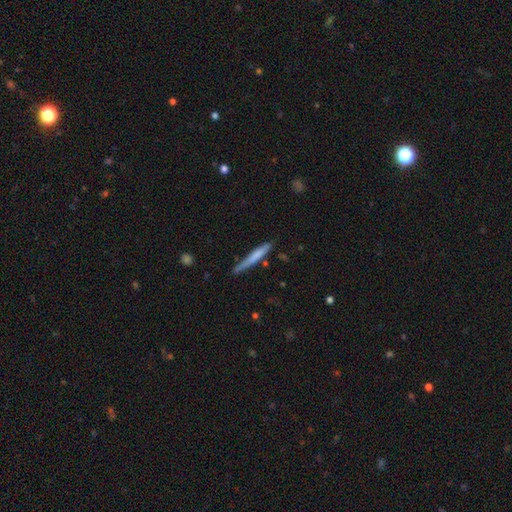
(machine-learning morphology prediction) Smooth or featured? Predicted: smooth (p=0.63). How rounded? Predicted: cigar-shaped (p=0.95). Merging? Predicted: none (p=0.72).